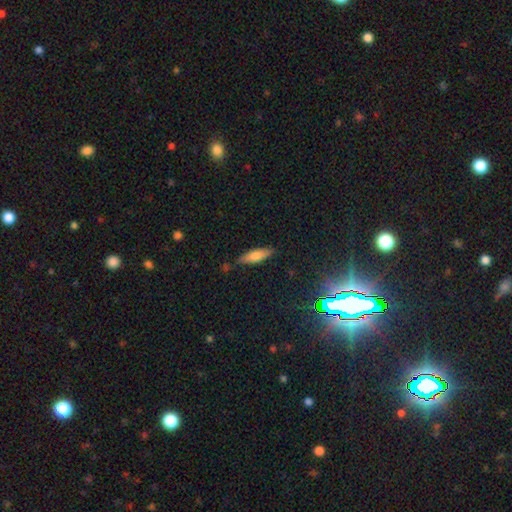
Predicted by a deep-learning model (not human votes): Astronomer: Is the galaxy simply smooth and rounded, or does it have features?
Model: smooth — 73%.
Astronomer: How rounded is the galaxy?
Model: cigar-shaped — 57% (runner-up: in between, 41%).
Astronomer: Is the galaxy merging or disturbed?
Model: none — 78%.